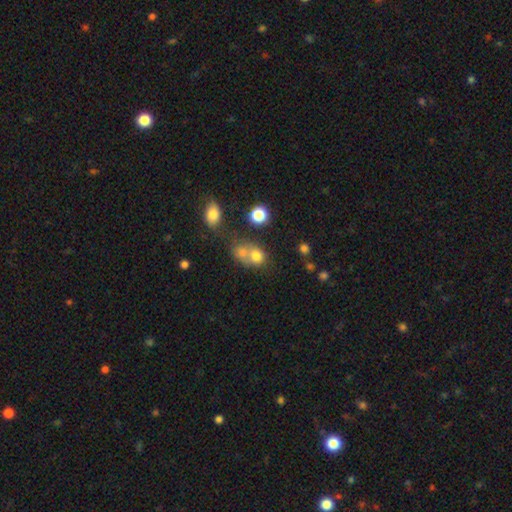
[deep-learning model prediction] Smooth or featured? Predicted: smooth (p=0.73). How rounded? Predicted: round (p=0.68). Merging? Predicted: merger (p=0.54).